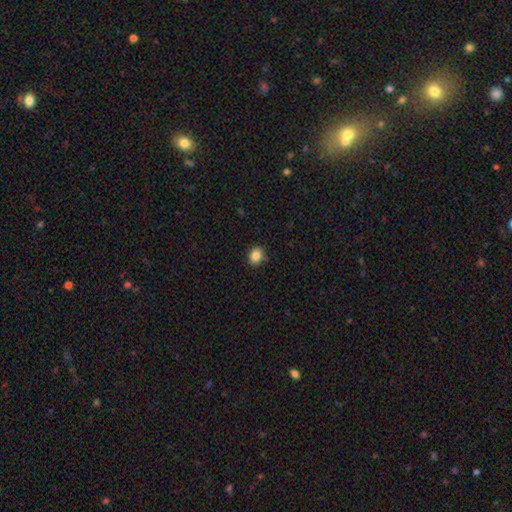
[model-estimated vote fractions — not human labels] A smooth galaxy with no disk features (86%) that is in between round and cigar-shaped (56%).

Vote fractions:
- Smooth or featured? smooth: 86% / star or artifact: 10% / featured or disk: 4%
- How rounded? in between: 56% / round: 43% / cigar-shaped: 1%
- Merging? none: 83% / minor disturbance: 13% / major disturbance: 2% / merger: 2%